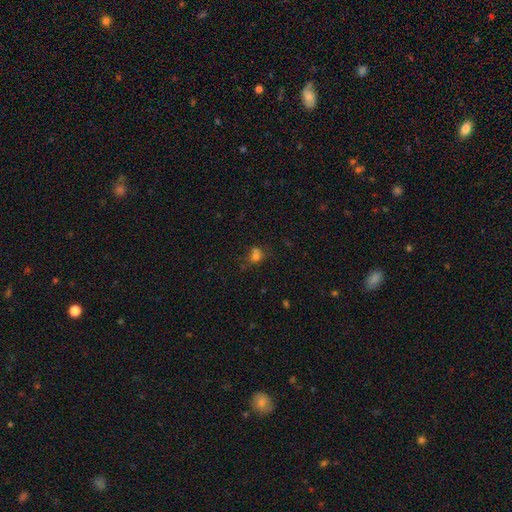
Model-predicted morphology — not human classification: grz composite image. It shows a smooth galaxy with no disk features (67%) that is round (62%). Merging: none (41%).